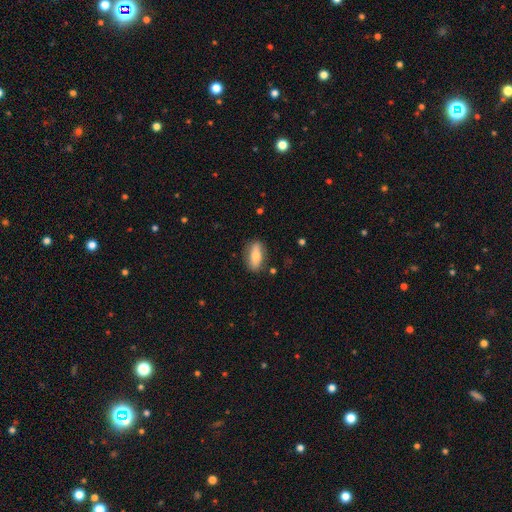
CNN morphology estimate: type=smooth (71%); roundness=in between (77%); merging=none (82%).